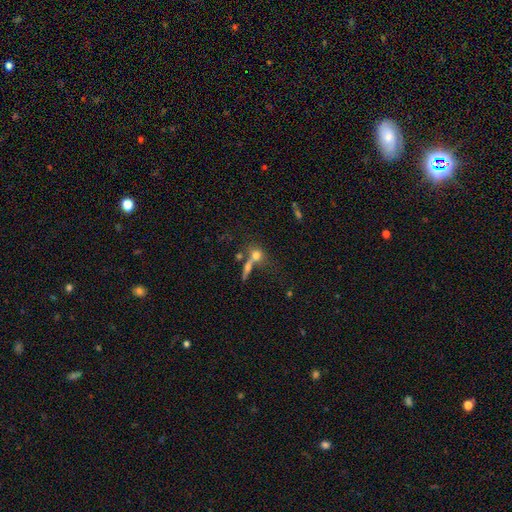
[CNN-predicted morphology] Smooth or featured?
  - smooth: 67% *
  - featured or disk: 20%
  - star or artifact: 13%
How rounded?
  - round: 58% *
  - in between: 34%
  - cigar-shaped: 9%
Merging?
  - none: 40% * (tied)
  - merger: 40% * (tied)
  - minor disturbance: 11%
  - major disturbance: 9%